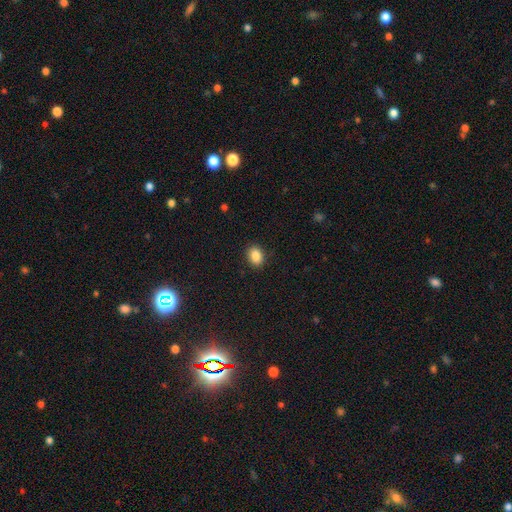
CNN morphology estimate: Q: Smooth or featured?
A: smooth (87%); runner-up: star or artifact (9%)
Q: How rounded?
A: in between (70%); runner-up: round (28%)
Q: Merging?
A: none (90%); runner-up: minor disturbance (7%)